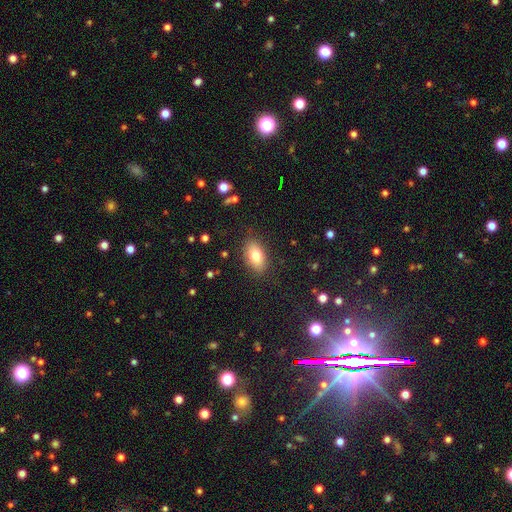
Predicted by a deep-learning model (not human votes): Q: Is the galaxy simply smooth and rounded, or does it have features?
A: smooth — 78%.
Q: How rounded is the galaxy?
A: in between — 90%.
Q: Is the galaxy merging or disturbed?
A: none — 85%.